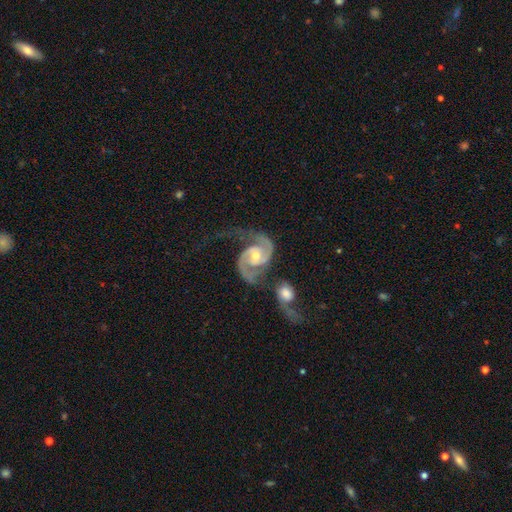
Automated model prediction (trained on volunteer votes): featured or disk 93%, star or artifact 4%, smooth 3%. Down the decision tree: edge-on disk — no (98%); bar — no (57%); spiral arms — yes (98%); spiral arm count — 2 (93%); spiral winding — medium (54%); bulge size — moderate (58%); merging — none (37%).